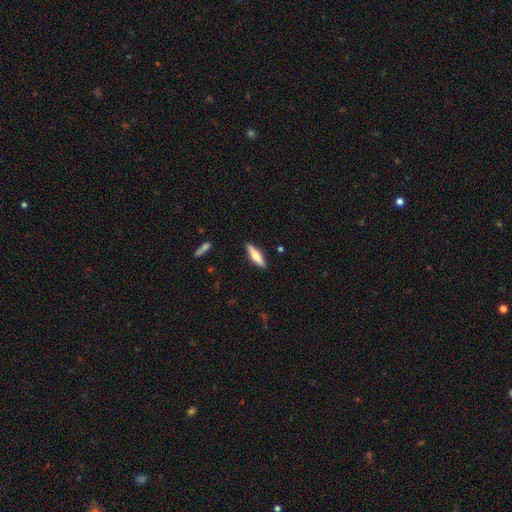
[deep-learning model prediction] smooth 50%, featured or disk 45%, star or artifact 6%. Down the decision tree: merging — none (89%).